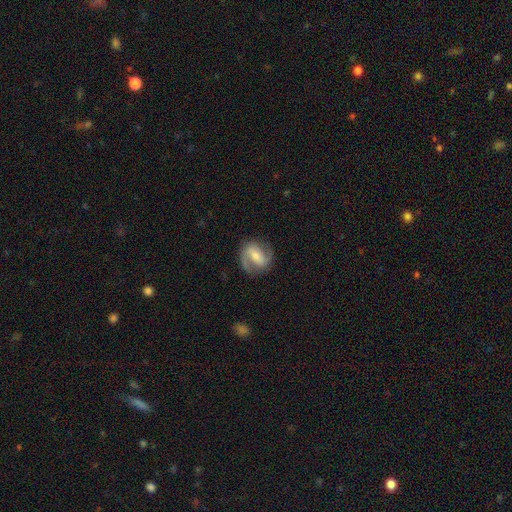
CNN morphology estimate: Smooth or featured: featured or disk — 78% (smooth — 16%)
Edge-on disk: no — 97% (yes — 3%)
Bar: weak — 40% (tied with strong — 40%)
Spiral arms: yes — 93% (no — 7%)
Spiral winding: medium — 50% (tight — 27%)
Spiral arm count: 2 — 87% (can't tell — 5%)
Bulge size: small — 47% (moderate — 44%)
Merging: none — 79% (minor disturbance — 13%)